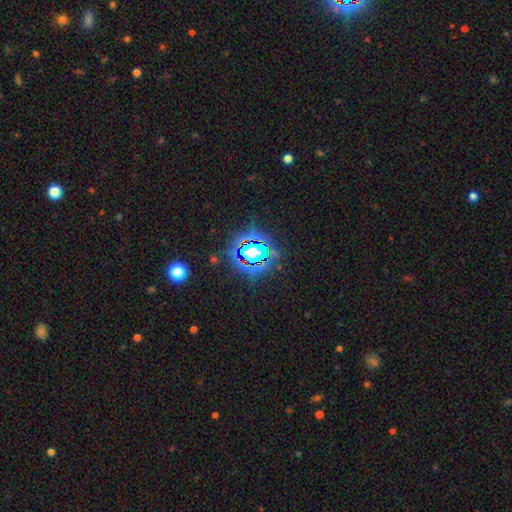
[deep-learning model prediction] Smooth or featured: star or artifact — 63% (smooth — 24%)